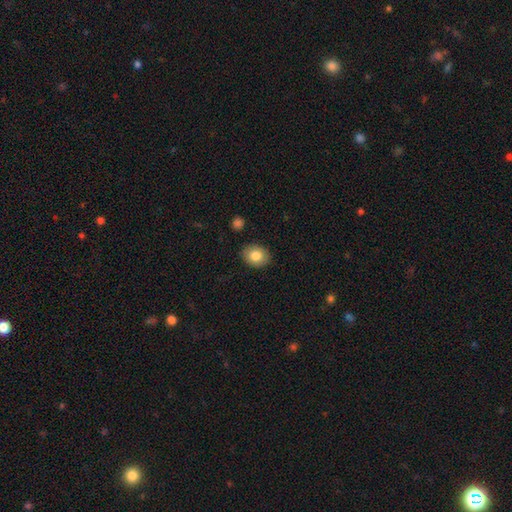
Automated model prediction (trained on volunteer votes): Smooth or featured?
  - smooth: 83% *
  - featured or disk: 9%
  - star or artifact: 8%
How rounded?
  - in between: 51% *
  - round: 48%
  - cigar-shaped: 1%
Merging?
  - none: 88% *
  - minor disturbance: 9%
  - major disturbance: 2%
  - merger: 1%